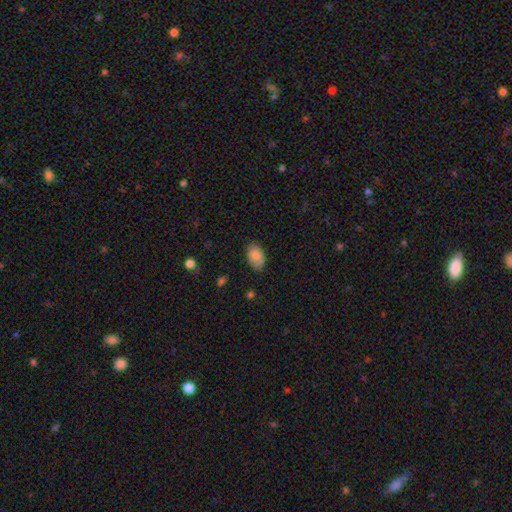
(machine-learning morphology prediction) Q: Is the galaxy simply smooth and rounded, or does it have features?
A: smooth — 87%.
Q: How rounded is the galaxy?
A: in between — 92%.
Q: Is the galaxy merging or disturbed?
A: none — 76%.